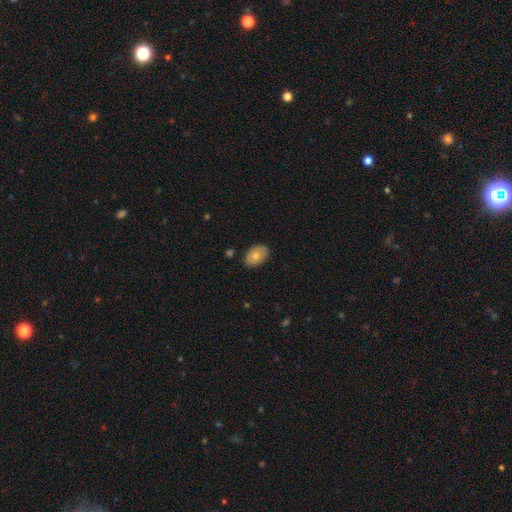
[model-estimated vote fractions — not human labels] Overall: smooth (69%). How rounded: in between (86%). Merging: none (86%).